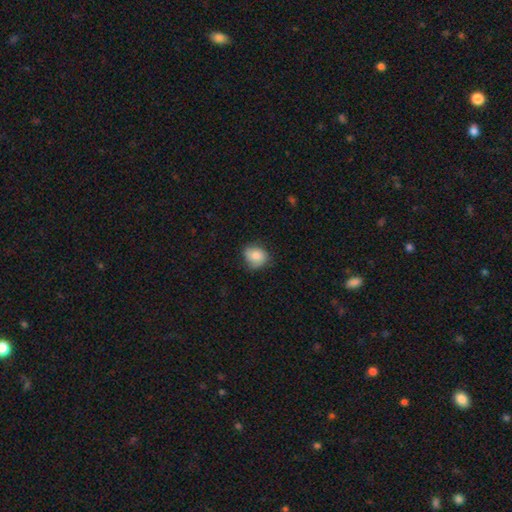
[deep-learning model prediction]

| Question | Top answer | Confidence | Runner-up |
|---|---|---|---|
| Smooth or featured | smooth | 78% | featured or disk (14%) |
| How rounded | round | 64% | in between (35%) |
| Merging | none | 69% | minor disturbance (25%) |